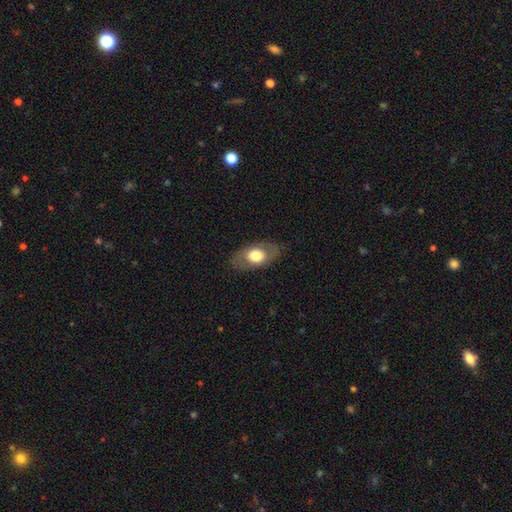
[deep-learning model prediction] A smooth galaxy with no disk features (60%) that is in between round and cigar-shaped (87%). Merging: none (82%).